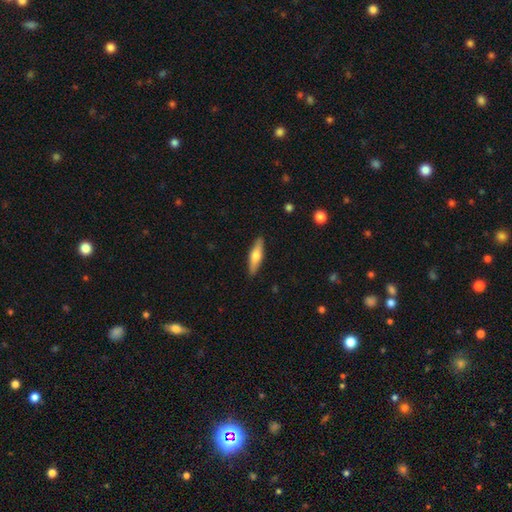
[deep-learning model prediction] smooth-or-featured: smooth: 56% | featured or disk: 39% | star or artifact: 5%
  how-rounded: cigar-shaped: 67% | in between: 31% | round: 2%
  merging: none: 89% | minor disturbance: 8% | major disturbance: 2% | merger: 1%